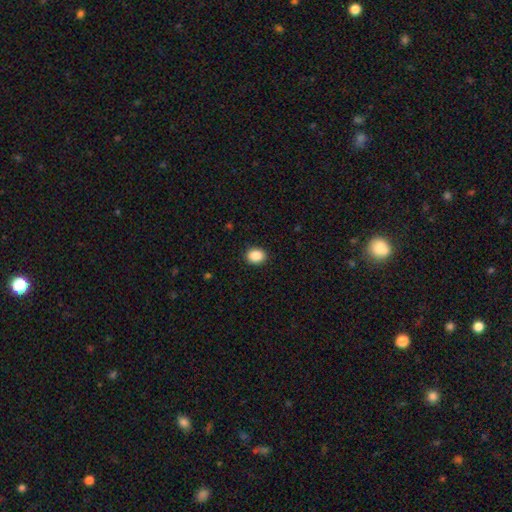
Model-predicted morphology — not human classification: Overall: smooth (89%). How rounded: in between (55%; round 45%). Merging: none (90%).